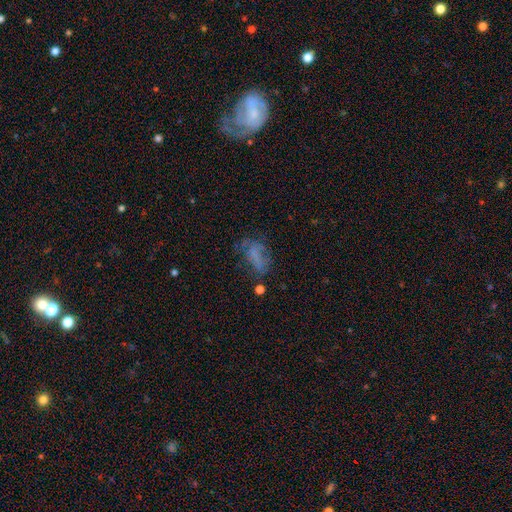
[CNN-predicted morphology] Smooth or featured: smooth — 54% (featured or disk — 30%)
How rounded: in between — 82% (cigar-shaped — 10%)
Merging: none — 41% (major disturbance — 29%)